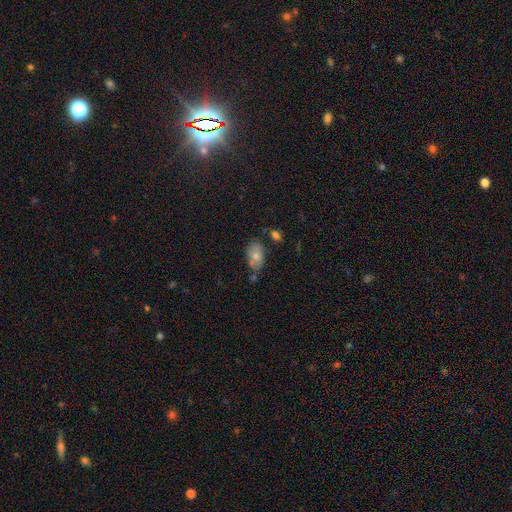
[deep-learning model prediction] This is likely a smooth galaxy (70%). How rounded: clearly in between (90%). Merging: possibly none (57%).